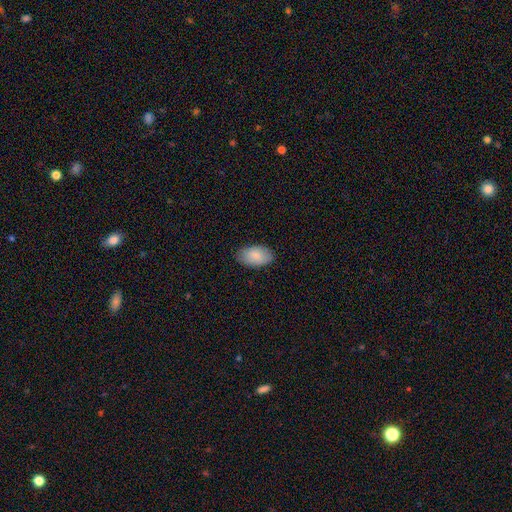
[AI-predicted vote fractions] smooth_or_featured: smooth (p=0.85) [alt: featured or disk p=0.09]
how_rounded: in between (p=0.95) [alt: round p=0.03]
merging: none (p=0.81) [alt: minor disturbance p=0.16]